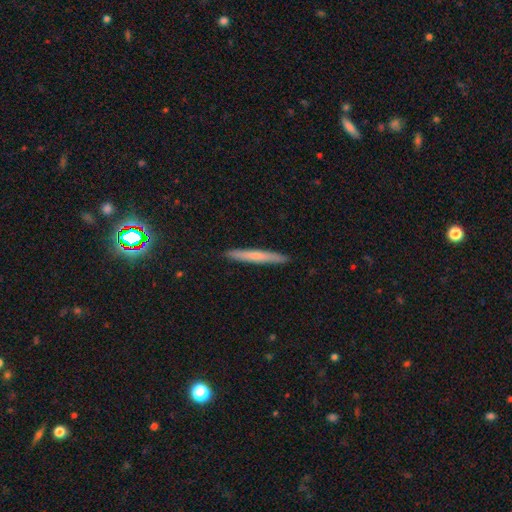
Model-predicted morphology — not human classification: Smooth or featured? Predicted: smooth (p=0.63). How rounded? Predicted: cigar-shaped (p=0.96). Merging? Predicted: none (p=0.92).